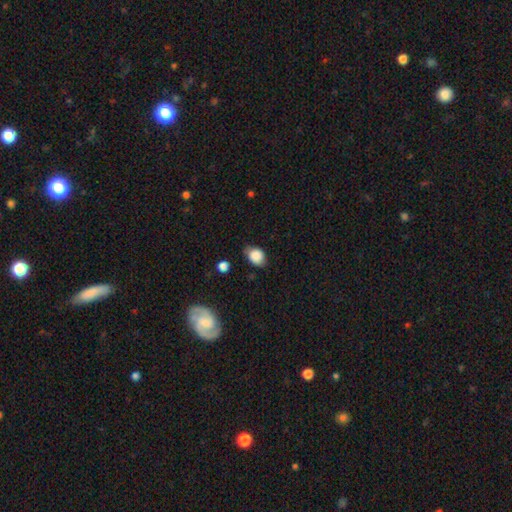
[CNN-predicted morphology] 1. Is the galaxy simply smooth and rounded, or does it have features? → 84% smooth, 8% star or artifact, 7% featured or disk.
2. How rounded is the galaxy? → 65% in between, 34% round, 1% cigar-shaped.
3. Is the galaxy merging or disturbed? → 62% none, 29% minor disturbance, 6% major disturbance, 3% merger.